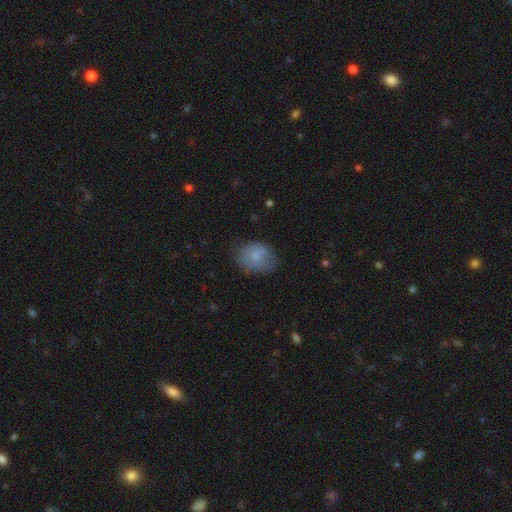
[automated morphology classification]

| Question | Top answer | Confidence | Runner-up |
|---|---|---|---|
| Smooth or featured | smooth | 75% | featured or disk (17%) |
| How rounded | in between | 56% | round (43%) |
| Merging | none | 61% | minor disturbance (27%) |